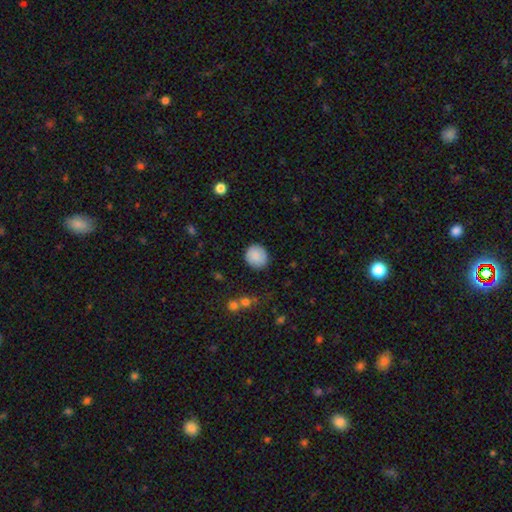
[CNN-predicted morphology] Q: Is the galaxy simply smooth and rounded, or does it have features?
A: smooth — 87%.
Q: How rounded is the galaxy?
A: round — 87%.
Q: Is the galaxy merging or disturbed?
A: none — 87%.